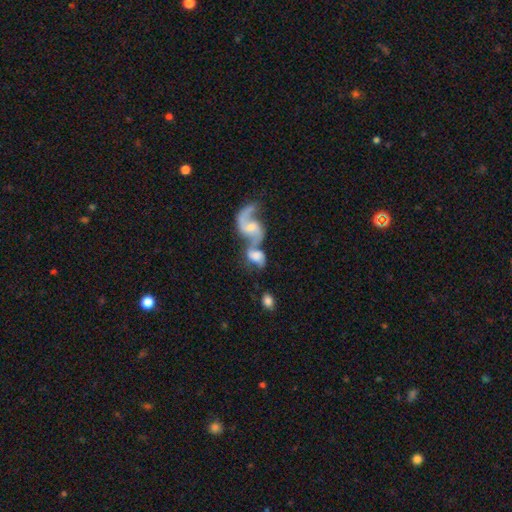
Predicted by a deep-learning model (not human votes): Smooth or featured? Predicted: featured or disk (p=0.61). Edge-on disk? Predicted: no (p=0.96). Bar? Predicted: no (p=0.44). Spiral arms? Predicted: yes (p=0.83). Bulge size? Predicted: small (p=0.36). Merging? Predicted: merger (p=0.70).